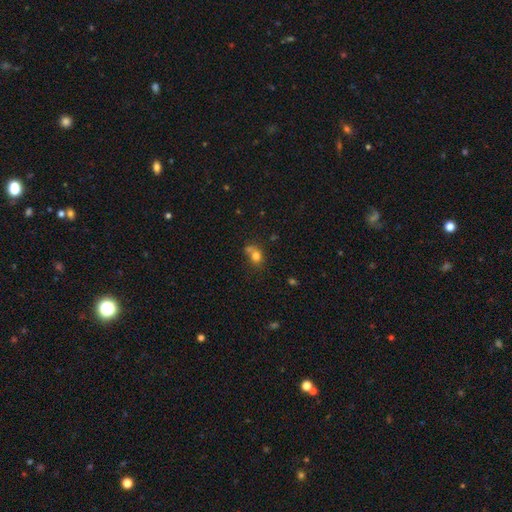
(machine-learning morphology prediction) Q: Smooth or featured?
A: smooth (76%); runner-up: star or artifact (13%)
Q: How rounded?
A: round (64%); runner-up: in between (35%)
Q: Merging?
A: none (45%); runner-up: merger (36%)